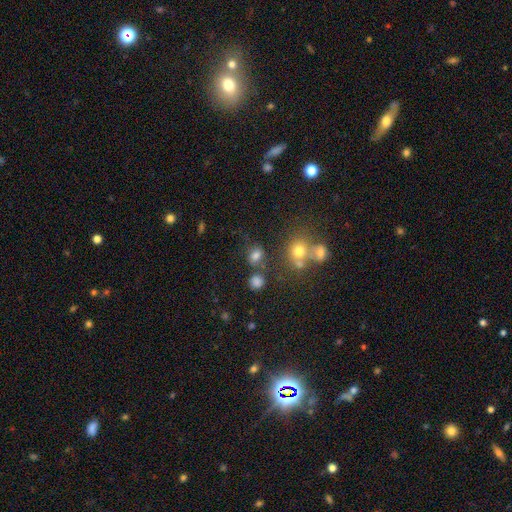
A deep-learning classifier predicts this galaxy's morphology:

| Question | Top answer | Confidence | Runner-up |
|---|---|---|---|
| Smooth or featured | smooth | 74% | star or artifact (17%) |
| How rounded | round | 53% | in between (45%) |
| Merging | none | 65% | minor disturbance (15%) |